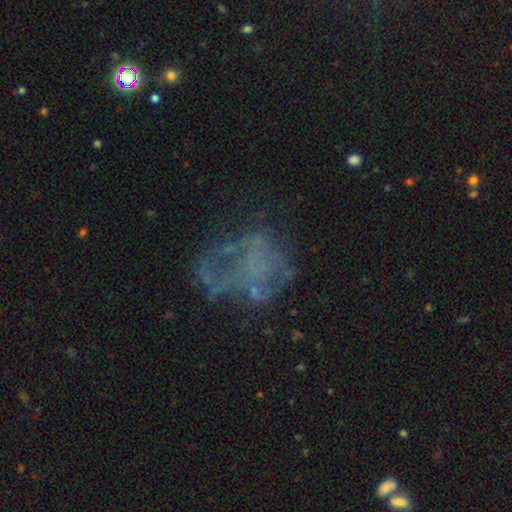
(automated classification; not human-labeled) This is possibly a featured or disk galaxy (59%). It is clearly not viewed edge-on (98%). Bar: clearly no (90%). Spiral arm pattern: clearly no (81%). Central bulge: likely none (75%). Merging: marginally major disturbance (39%).